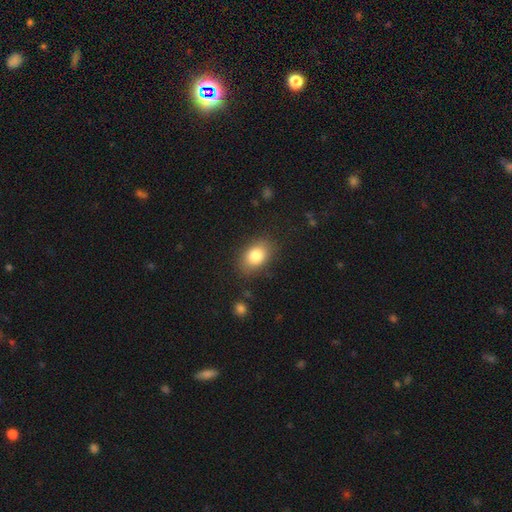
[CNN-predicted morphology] Q: Smooth or featured?
A: smooth (83%); runner-up: featured or disk (9%)
Q: How rounded?
A: in between (81%); runner-up: round (17%)
Q: Merging?
A: none (82%); runner-up: minor disturbance (13%)